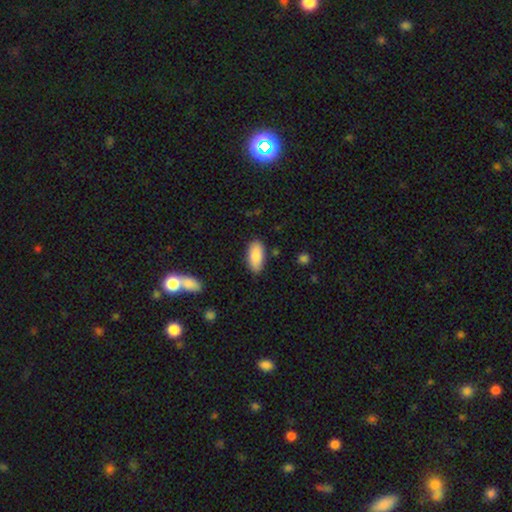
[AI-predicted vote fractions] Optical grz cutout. It shows a smooth galaxy with no disk features (88%) that is in between round and cigar-shaped (90%). Merging: none (82%).